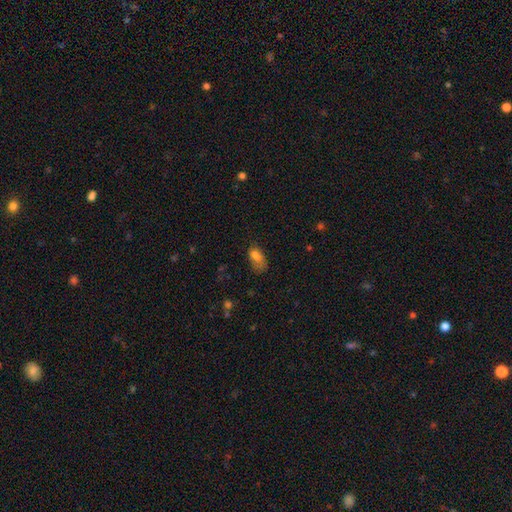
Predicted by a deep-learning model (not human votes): A smooth galaxy with no disk features (73%) that is in between round and cigar-shaped (87%). Merging: none (33%).